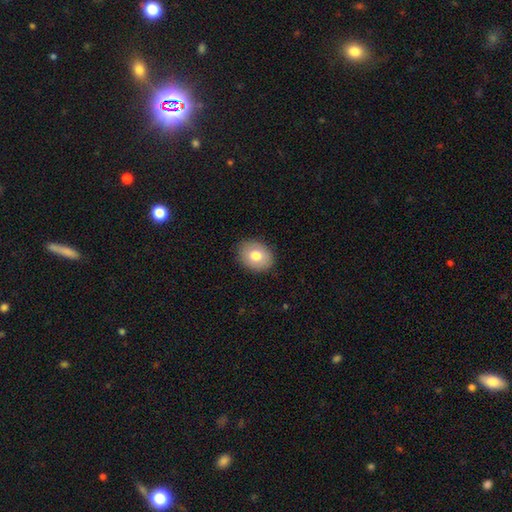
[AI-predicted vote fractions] Morphology: type=smooth (77%); roundness=in between (59%); merging=none (88%).